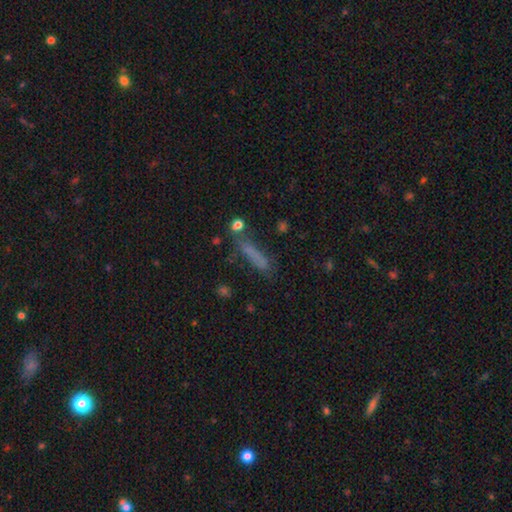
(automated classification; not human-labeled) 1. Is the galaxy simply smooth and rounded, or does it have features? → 65% smooth, 19% featured or disk, 16% star or artifact.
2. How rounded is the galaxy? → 83% cigar-shaped, 14% in between, 3% round.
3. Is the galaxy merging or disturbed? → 63% none, 19% minor disturbance, 9% major disturbance, 9% merger.